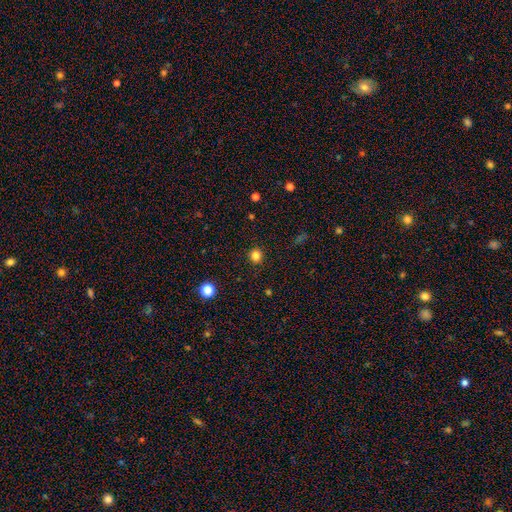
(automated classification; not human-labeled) Smooth or featured?
  - smooth: 82% *
  - star or artifact: 13%
  - featured or disk: 4%
How rounded?
  - round: 91% *
  - in between: 8%
  - cigar-shaped: 1%
Merging?
  - none: 91% *
  - minor disturbance: 6%
  - major disturbance: 2%
  - merger: 1%